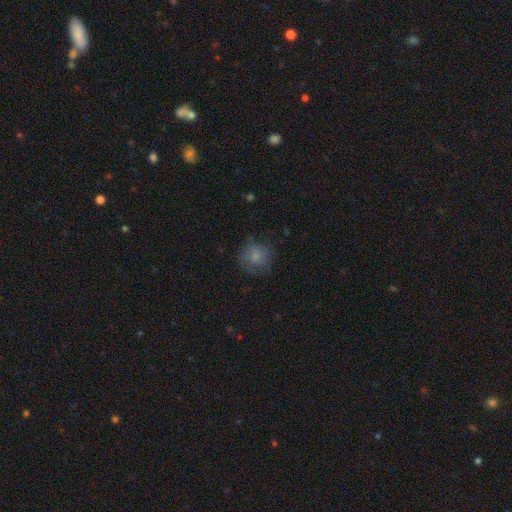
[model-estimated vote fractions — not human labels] smooth 78%, featured or disk 12%, star or artifact 9%. Down the decision tree: how rounded — round (88%); merging — none (69%).